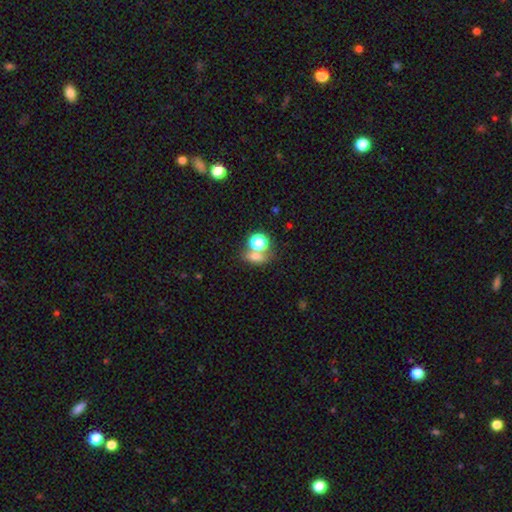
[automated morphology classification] Q: Smooth or featured?
A: smooth (65%); runner-up: star or artifact (23%)
Q: How rounded?
A: in between (51%); runner-up: round (44%)
Q: Merging?
A: none (51%); runner-up: merger (33%)